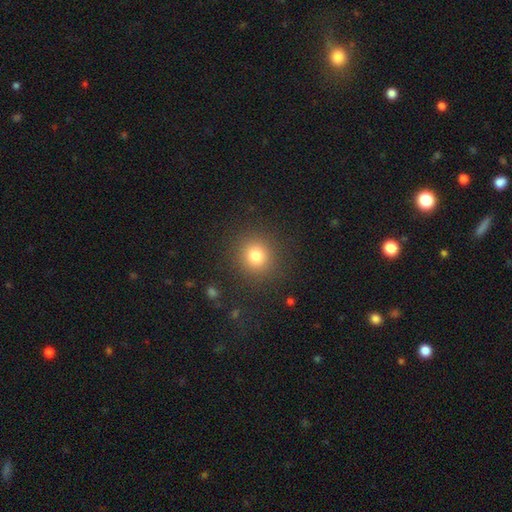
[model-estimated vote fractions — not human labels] This is likely a smooth galaxy (79%). How rounded: clearly round (88%). Merging: clearly none (88%).